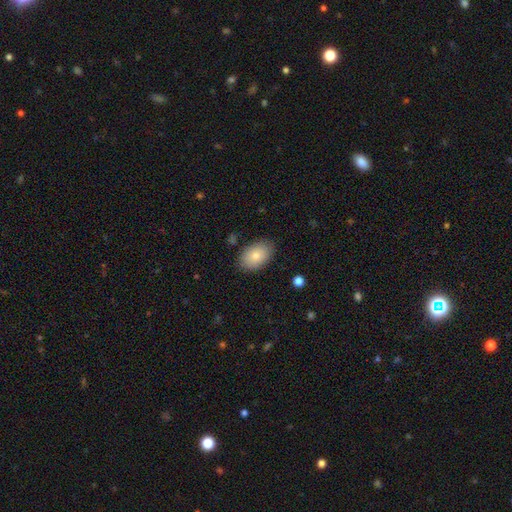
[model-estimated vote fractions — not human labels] Overall: smooth (80%). How rounded: in between (88%). Merging: none (84%).